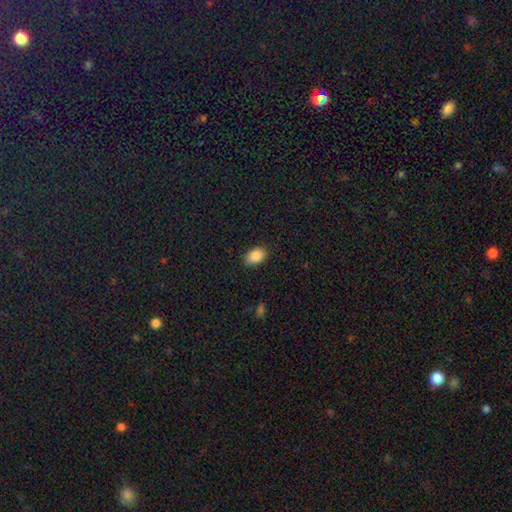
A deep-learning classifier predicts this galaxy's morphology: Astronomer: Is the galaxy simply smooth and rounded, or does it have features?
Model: smooth — 88%.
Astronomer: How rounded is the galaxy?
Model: in between — 90%.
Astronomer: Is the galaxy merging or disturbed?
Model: none — 85%.